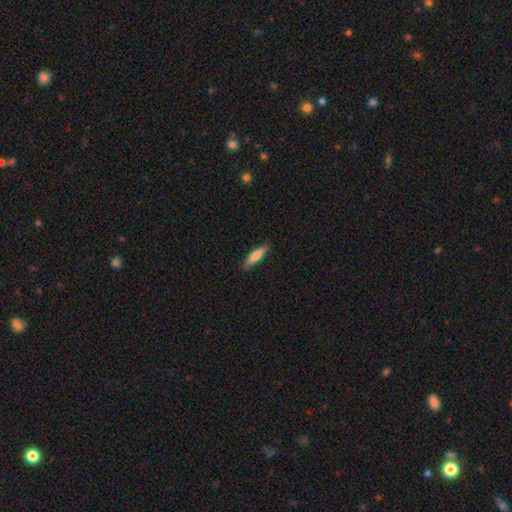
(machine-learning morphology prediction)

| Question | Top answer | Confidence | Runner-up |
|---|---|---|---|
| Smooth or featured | smooth | 75% | featured or disk (19%) |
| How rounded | cigar-shaped | 72% | in between (26%) |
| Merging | none | 86% | minor disturbance (11%) |